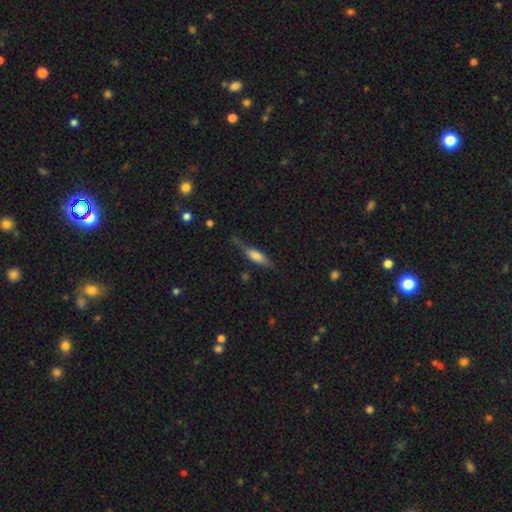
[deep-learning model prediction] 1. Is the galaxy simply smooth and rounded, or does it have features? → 62% smooth, 31% featured or disk, 7% star or artifact.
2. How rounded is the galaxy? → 57% cigar-shaped, 41% in between, 2% round.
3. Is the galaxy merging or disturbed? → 57% none, 29% minor disturbance, 11% major disturbance, 3% merger.